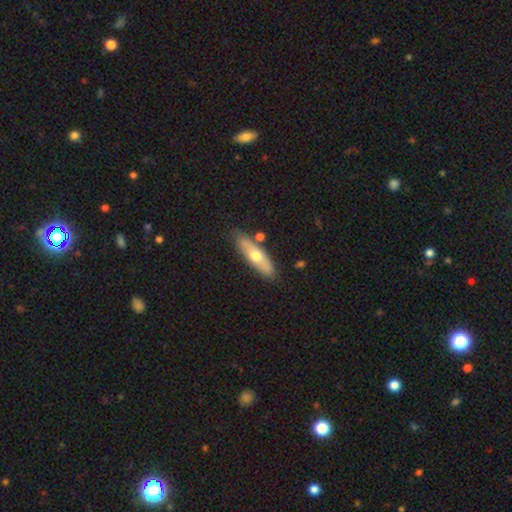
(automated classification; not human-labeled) This appears to be a smooth galaxy with no disk features (53%) that is cigar-shaped (50%). Merging: none (79%).